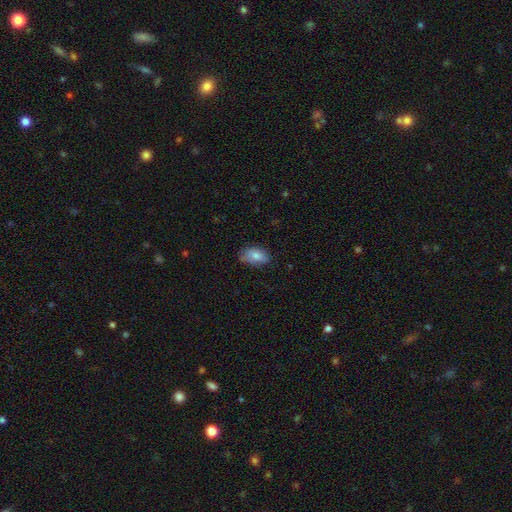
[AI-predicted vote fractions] A smooth galaxy with no disk features (79%) that is in between round and cigar-shaped (90%). Merging: none (67%).